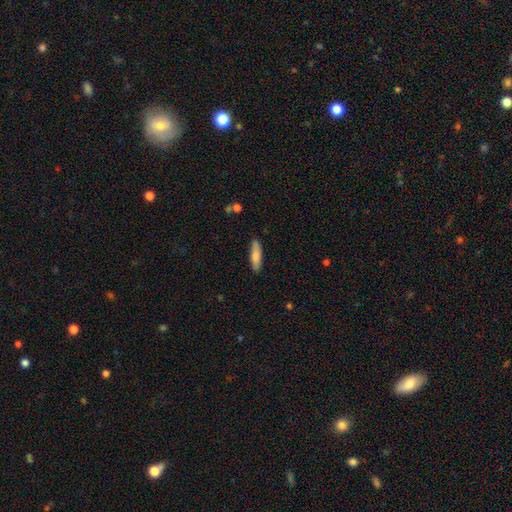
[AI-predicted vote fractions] Q: Smooth or featured?
A: smooth (78%); runner-up: featured or disk (16%)
Q: How rounded?
A: cigar-shaped (70%); runner-up: in between (29%)
Q: Merging?
A: none (85%); runner-up: minor disturbance (11%)